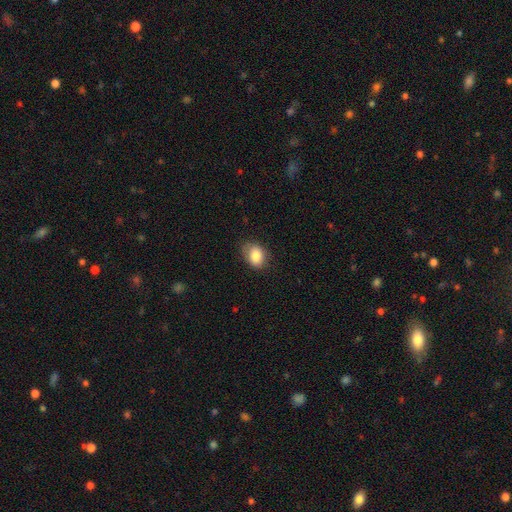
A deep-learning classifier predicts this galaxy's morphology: A smooth galaxy with no disk features (84%) that is in between round and cigar-shaped (71%).

Vote fractions:
- Smooth or featured? smooth: 84% / star or artifact: 8% / featured or disk: 7%
- How rounded? in between: 71% / round: 28% / cigar-shaped: 1%
- Merging? none: 73% / minor disturbance: 21% / major disturbance: 5% / merger: 1%